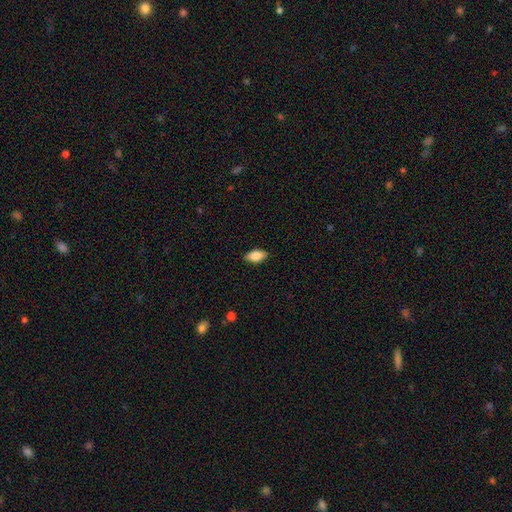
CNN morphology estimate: This is clearly a smooth galaxy (85%). How rounded: clearly in between (91%). Merging: clearly none (88%).